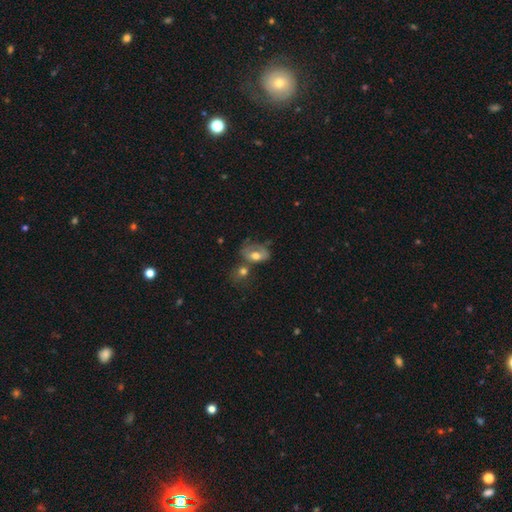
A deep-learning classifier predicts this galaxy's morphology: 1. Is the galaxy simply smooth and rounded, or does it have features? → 41% smooth, 31% featured or disk, 28% star or artifact.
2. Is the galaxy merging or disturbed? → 42% none, 38% merger, 12% minor disturbance, 9% major disturbance.